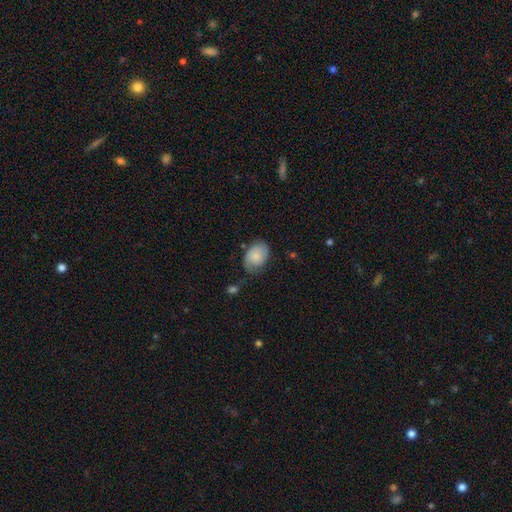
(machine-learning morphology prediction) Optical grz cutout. It shows a smooth galaxy with no disk features (71%) that is in between round and cigar-shaped (81%). Merging: none (56%).